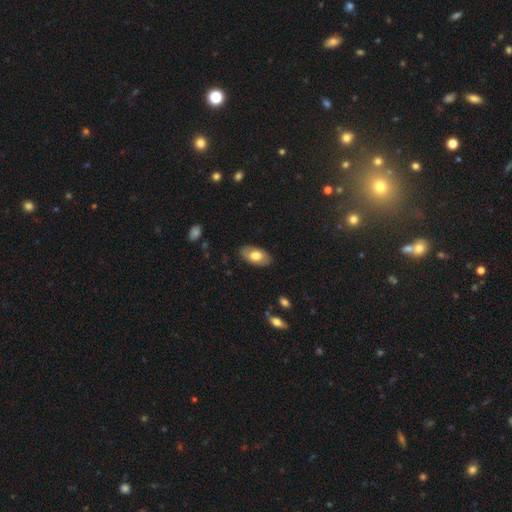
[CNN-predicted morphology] The model was most divided on "smooth or featured": smooth: 72%, featured or disk: 22%, star or artifact: 6%. More confident: how rounded — in between (94%); merging — none (86%).